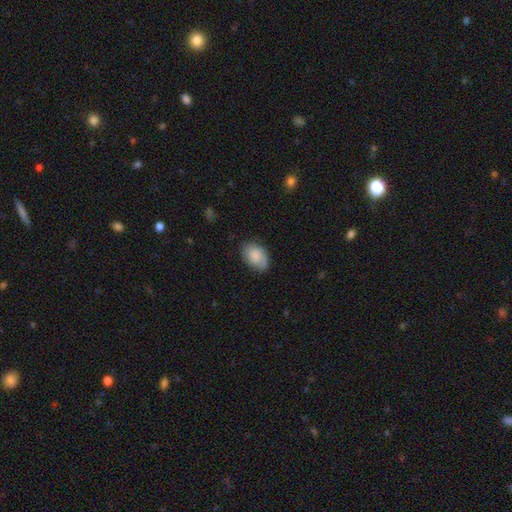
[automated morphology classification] Smooth or featured?
  - smooth: 79% *
  - featured or disk: 15%
  - star or artifact: 7%
How rounded?
  - in between: 84% *
  - round: 15%
  - cigar-shaped: 1%
Merging?
  - none: 73% *
  - minor disturbance: 21%
  - major disturbance: 5%
  - merger: 1%